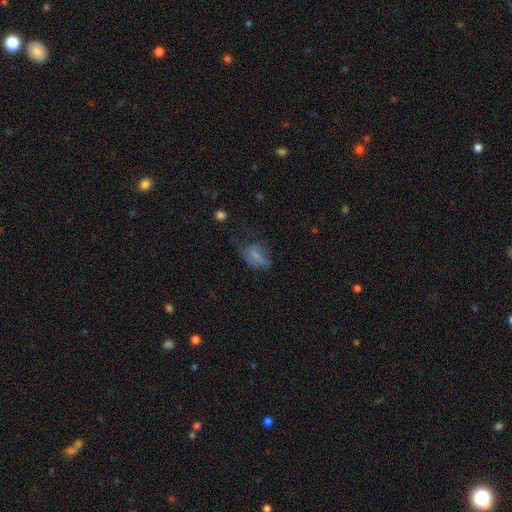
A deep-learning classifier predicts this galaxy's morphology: Overall: smooth (60%; featured or disk 27%). How rounded: in between (77%). Merging: major disturbance (35%; none 33%).